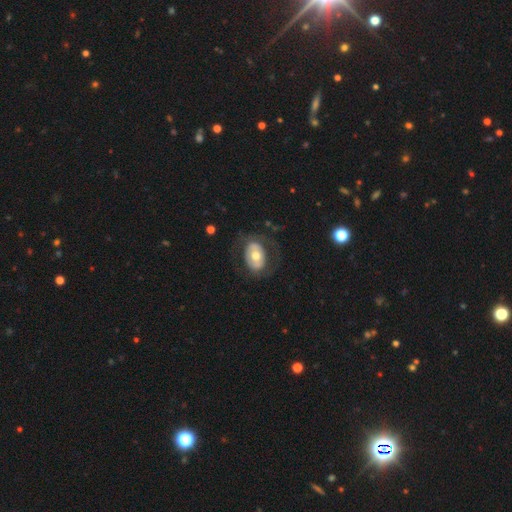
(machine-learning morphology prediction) This is possibly a smooth galaxy (47%, tied with featured or disk). Merging: likely none (68%).